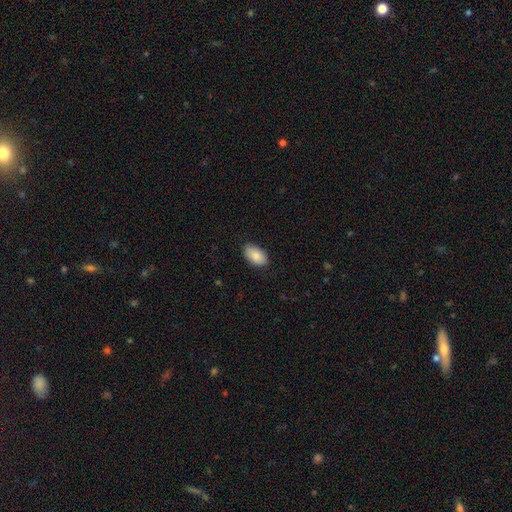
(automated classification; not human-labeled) A smooth galaxy with no disk features (85%) that is in between round and cigar-shaped (94%).

Vote fractions:
- Smooth or featured? smooth: 85% / featured or disk: 8% / star or artifact: 7%
- How rounded? in between: 94% / round: 5% / cigar-shaped: 1%
- Merging? none: 85% / minor disturbance: 12% / major disturbance: 2% / merger: 1%